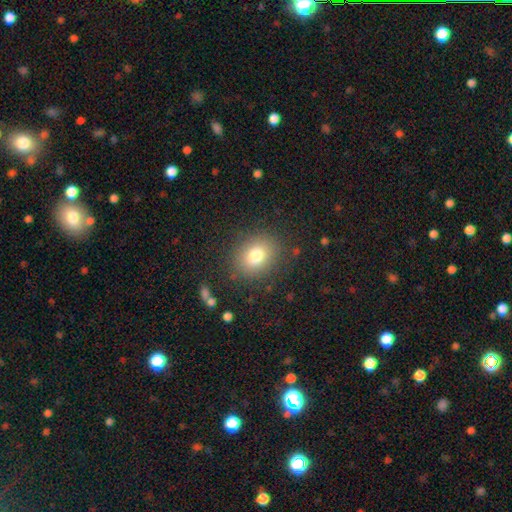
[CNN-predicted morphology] Smooth or featured? smooth (79%)
How rounded? round (53%)
Merging? none (84%)